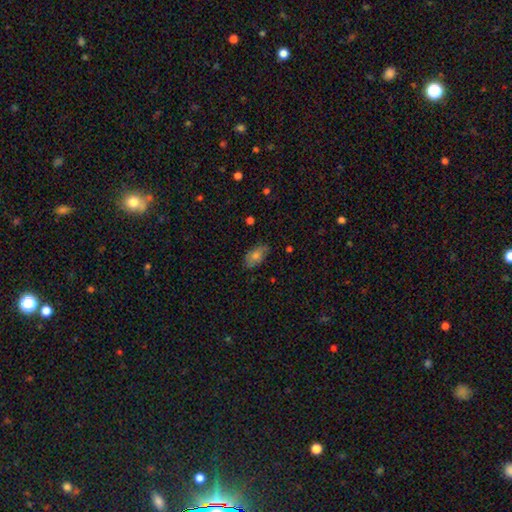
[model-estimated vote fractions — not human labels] Smooth or featured? Predicted: smooth (p=0.66). How rounded? Predicted: in between (p=0.89). Merging? Predicted: none (p=0.77).